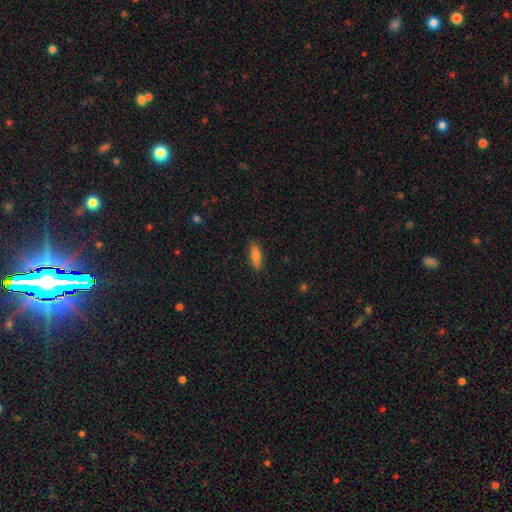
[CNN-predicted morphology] smooth-or-featured: smooth: 78% | featured or disk: 15% | star or artifact: 7%
  how-rounded: in between: 53% | cigar-shaped: 45% | round: 2%
  merging: none: 87% | minor disturbance: 10% | major disturbance: 2% | merger: 1%